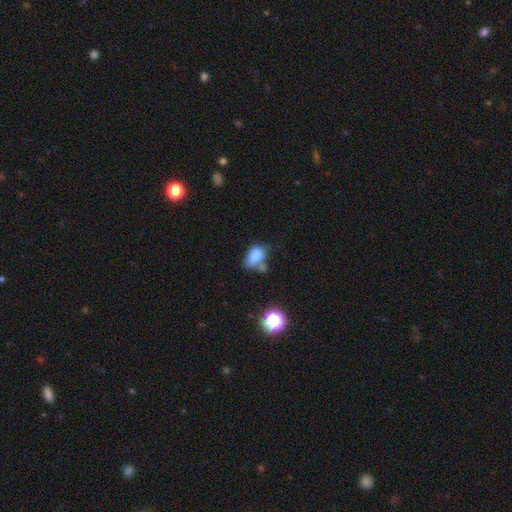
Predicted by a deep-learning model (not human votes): Smooth or featured? smooth (78%)
How rounded? in between (82%)
Merging? none (33%)